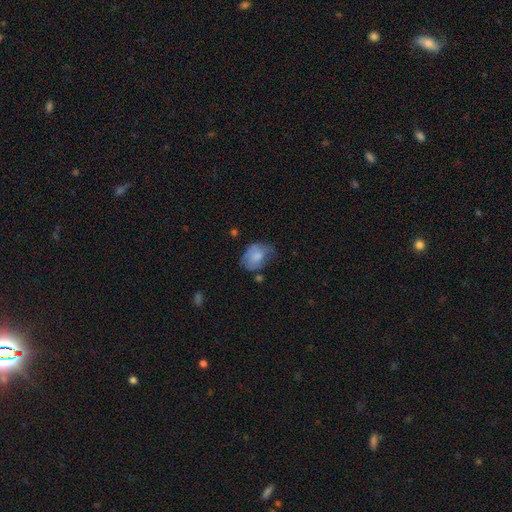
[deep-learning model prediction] A smooth galaxy with no disk features (67%) that is in between round and cigar-shaped (71%). Merging: none (39%).